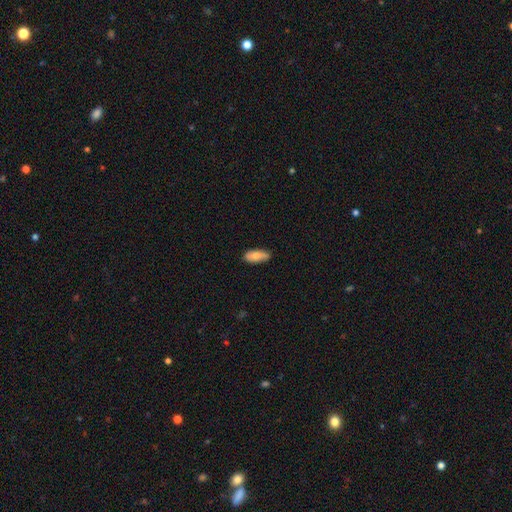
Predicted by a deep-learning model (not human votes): Q: Smooth or featured?
A: smooth (80%); runner-up: featured or disk (14%)
Q: How rounded?
A: in between (81%); runner-up: cigar-shaped (17%)
Q: Merging?
A: none (78%); runner-up: minor disturbance (18%)